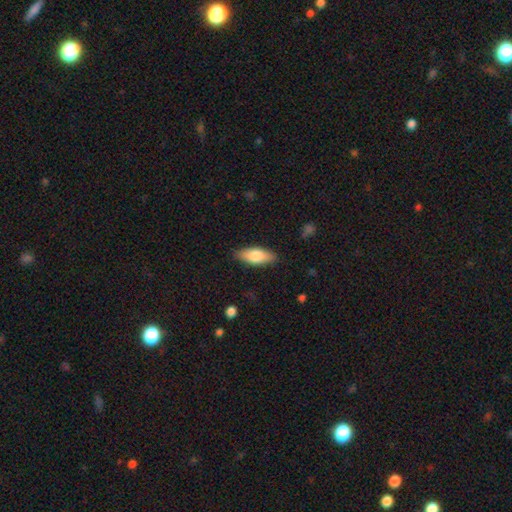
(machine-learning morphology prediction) A smooth galaxy with no disk features (78%) that is in between round and cigar-shaped (78%). Merging: none (85%).